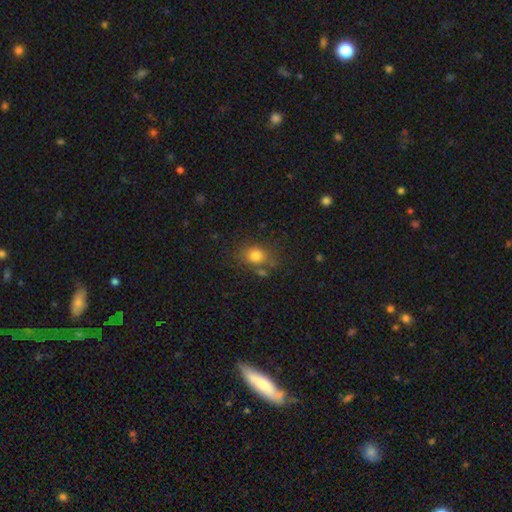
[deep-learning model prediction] Smooth or featured?
  - smooth: 79% *
  - star or artifact: 12%
  - featured or disk: 9%
How rounded?
  - round: 50% *
  - in between: 48%
  - cigar-shaped: 1%
Merging?
  - none: 65% *
  - minor disturbance: 18%
  - merger: 10%
  - major disturbance: 7%